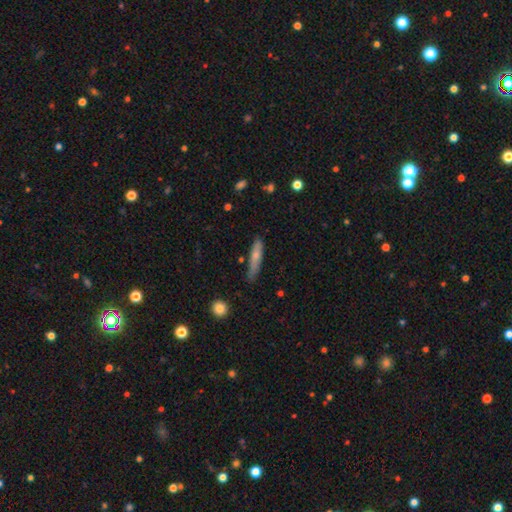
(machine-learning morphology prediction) This is likely a smooth galaxy (67%). How rounded: clearly cigar-shaped (85%). Merging: likely none (70%).